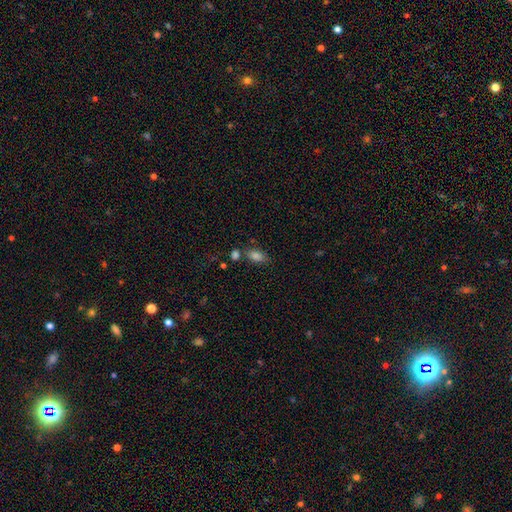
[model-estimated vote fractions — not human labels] Smooth or featured: smooth — 82% (star or artifact — 12%)
How rounded: in between — 87% (round — 9%)
Merging: none — 65% (merger — 16%)